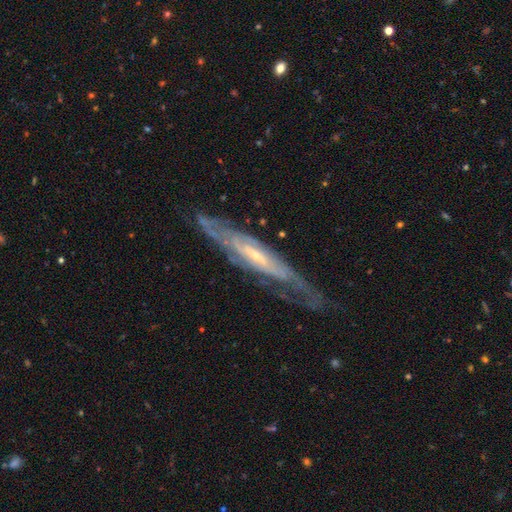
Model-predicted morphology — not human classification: This is clearly a featured or disk galaxy (83%). It is possibly not viewed edge-on (57%). Merging: likely none (70%).